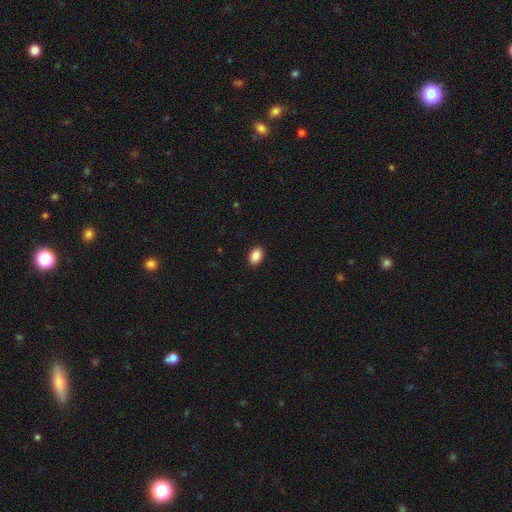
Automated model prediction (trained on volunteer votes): Overall: smooth (89%). How rounded: in between (81%). Merging: none (91%).